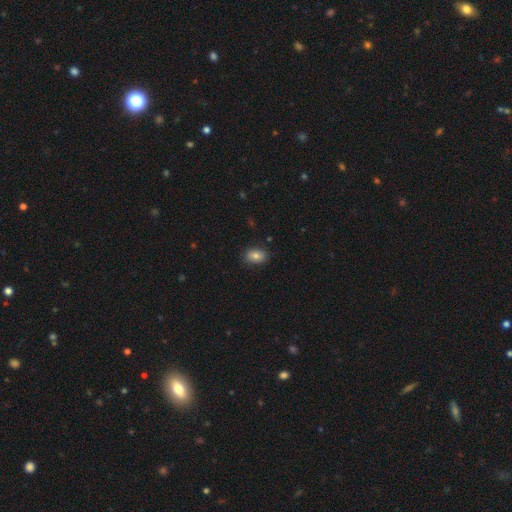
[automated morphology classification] The model was most divided on "how rounded": in between: 82%, round: 17%, cigar-shaped: 1%. More confident: merging — none (85%); smooth or featured — smooth (81%).